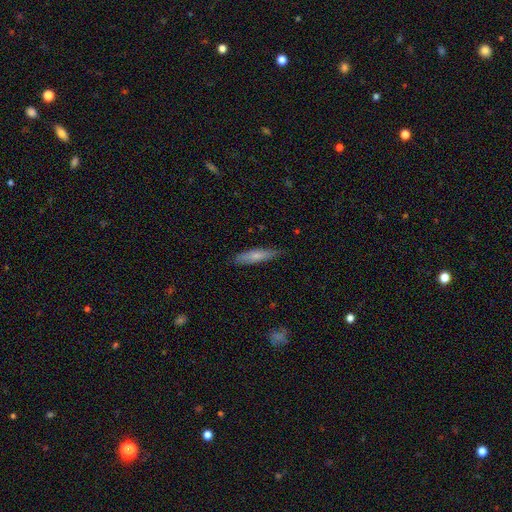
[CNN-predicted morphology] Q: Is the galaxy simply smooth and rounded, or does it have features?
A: smooth — 67%.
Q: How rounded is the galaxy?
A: cigar-shaped — 81%.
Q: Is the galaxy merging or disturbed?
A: none — 83%.